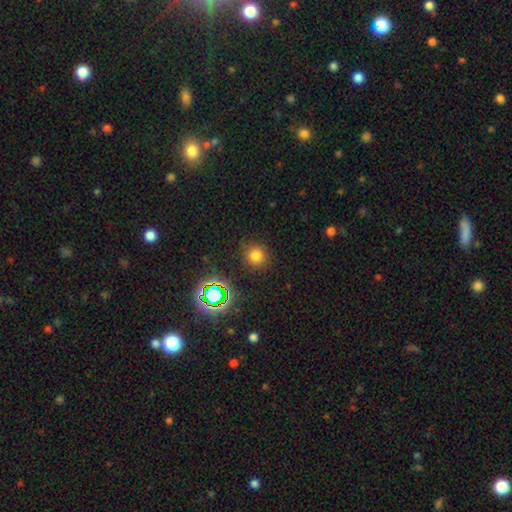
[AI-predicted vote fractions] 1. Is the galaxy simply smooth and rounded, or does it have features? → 73% smooth, 21% star or artifact, 6% featured or disk.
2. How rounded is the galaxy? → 91% round, 8% in between, 1% cigar-shaped.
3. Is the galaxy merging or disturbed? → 87% none, 8% minor disturbance, 3% major disturbance, 2% merger.